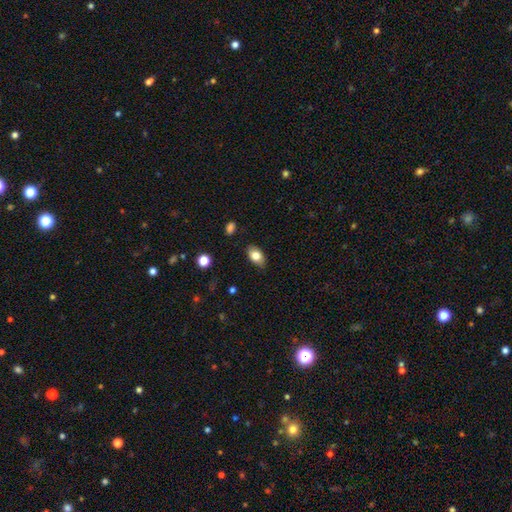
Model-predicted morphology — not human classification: Overall: smooth (79%). How rounded: in between (88%). Merging: none (82%).